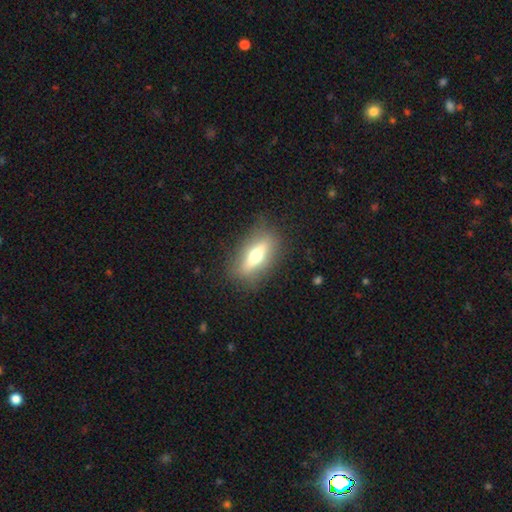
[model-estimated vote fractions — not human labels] Morphology: type=featured or disk (48%); merging=none (83%).